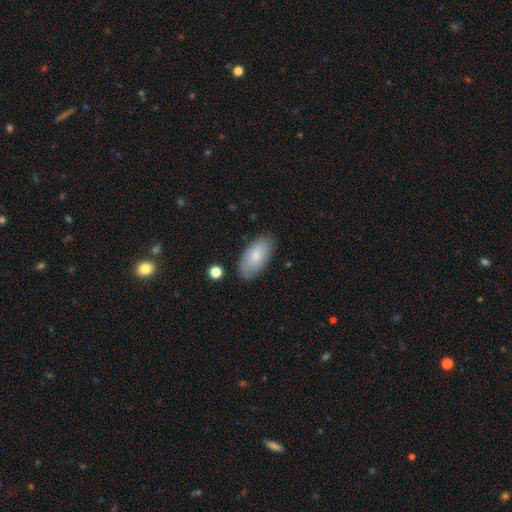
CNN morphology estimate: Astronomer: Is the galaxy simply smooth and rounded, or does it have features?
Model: smooth — 81%.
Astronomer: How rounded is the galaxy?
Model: in between — 93%.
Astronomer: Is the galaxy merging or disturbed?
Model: none — 80%.